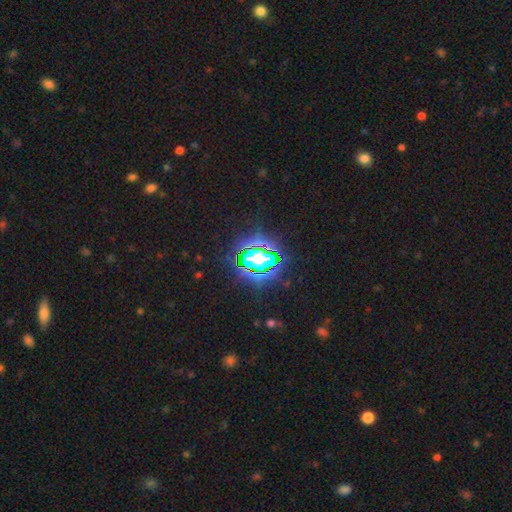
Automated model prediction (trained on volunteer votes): Smooth or featured?
  - star or artifact: 77% *
  - smooth: 14%
  - featured or disk: 9%